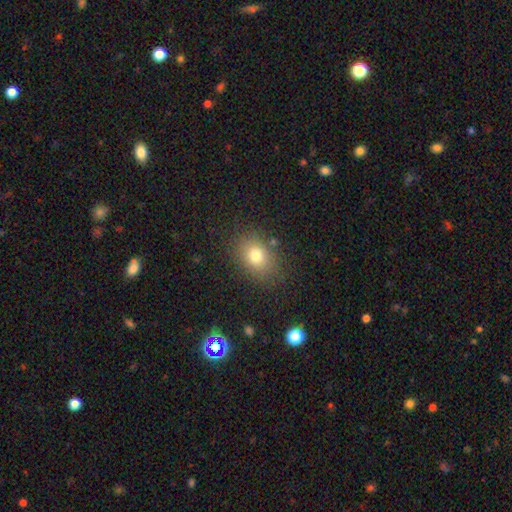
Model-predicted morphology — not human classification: smooth-or-featured: smooth: 76% | star or artifact: 14% | featured or disk: 11%
  how-rounded: in between: 59% | round: 40% | cigar-shaped: 1%
  merging: none: 83% | minor disturbance: 11% | major disturbance: 4% | merger: 2%